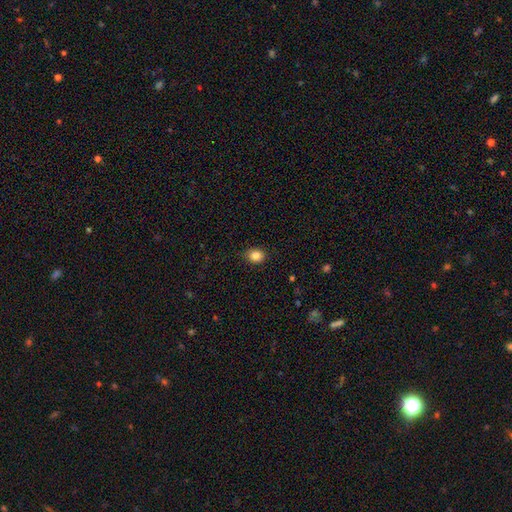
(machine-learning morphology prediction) Smooth or featured? Predicted: smooth (p=0.84). How rounded? Predicted: round (p=0.62). Merging? Predicted: none (p=0.86).